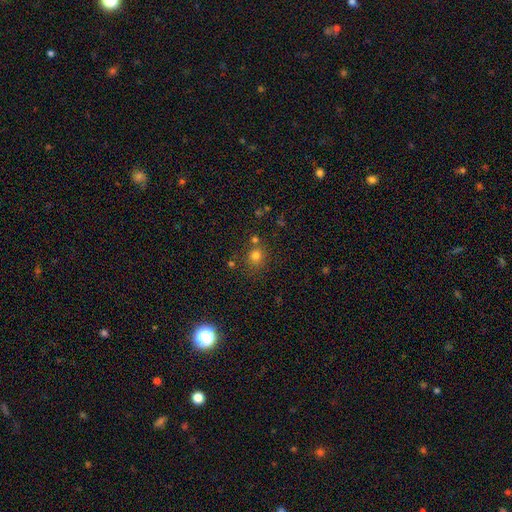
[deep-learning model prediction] The model was most divided on "merging": none: 68%, merger: 17%, minor disturbance: 11%, major disturbance: 4%. More confident: how rounded — round (83%); smooth or featured — smooth (75%).